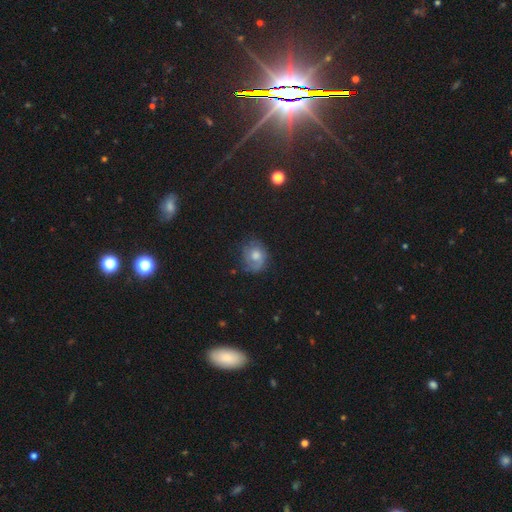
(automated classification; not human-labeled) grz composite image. It shows a smooth galaxy with no disk features (52%) that is round (62%). Merging: none (65%).